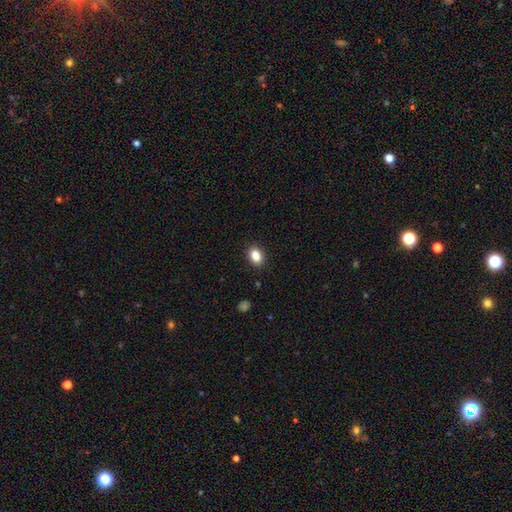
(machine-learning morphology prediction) Smooth or featured: smooth — 85% (star or artifact — 9%)
How rounded: in between — 75% (round — 24%)
Merging: none — 89% (minor disturbance — 7%)